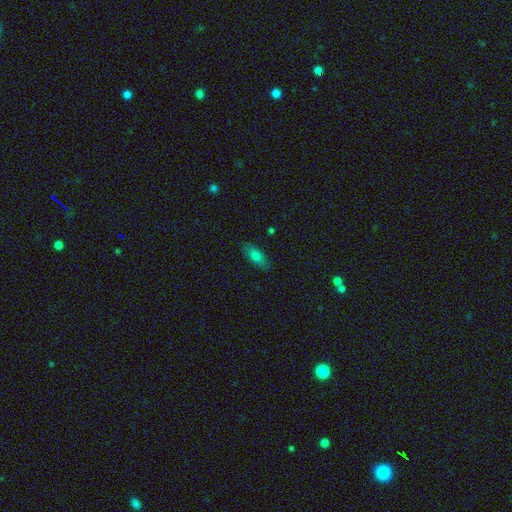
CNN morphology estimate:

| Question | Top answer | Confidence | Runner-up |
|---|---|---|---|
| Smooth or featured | smooth | 78% | featured or disk (13%) |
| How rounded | in between | 77% | cigar-shaped (21%) |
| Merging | none | 85% | minor disturbance (11%) |